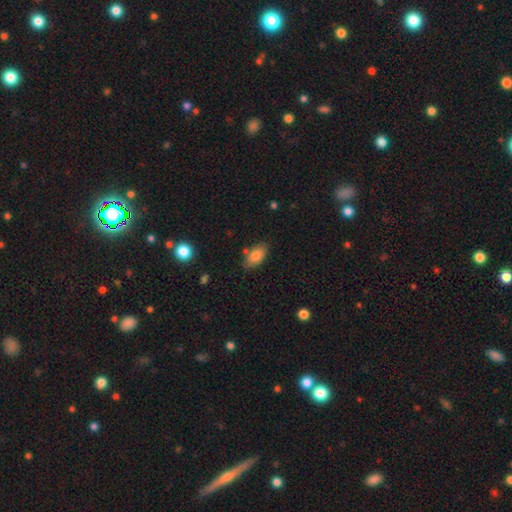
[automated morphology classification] smooth_or_featured: smooth (p=0.81) [alt: featured or disk p=0.11]
how_rounded: in between (p=0.91) [alt: round p=0.05]
merging: none (p=0.75) [alt: minor disturbance p=0.17]